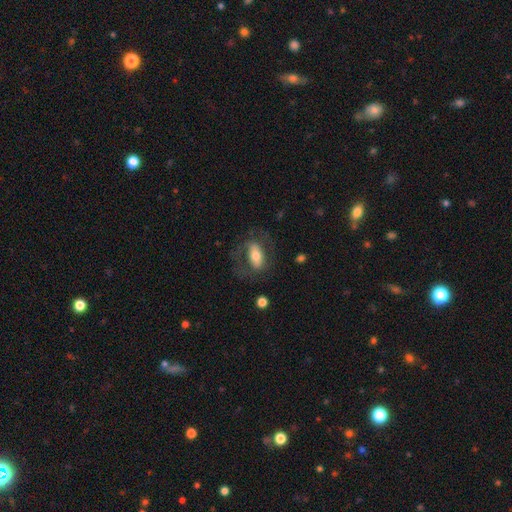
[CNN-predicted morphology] Smooth or featured? smooth (55%)
How rounded? in between (86%)
Merging? none (59%)